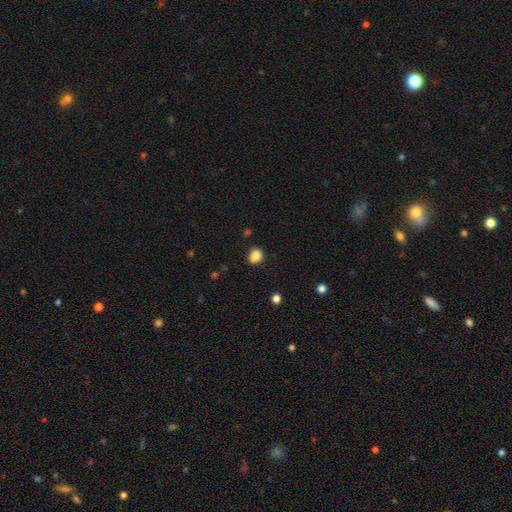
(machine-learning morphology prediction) The model was most divided on "how rounded": round: 59%, in between: 40%, cigar-shaped: 1%. More confident: smooth or featured — smooth (85%); merging — none (71%).